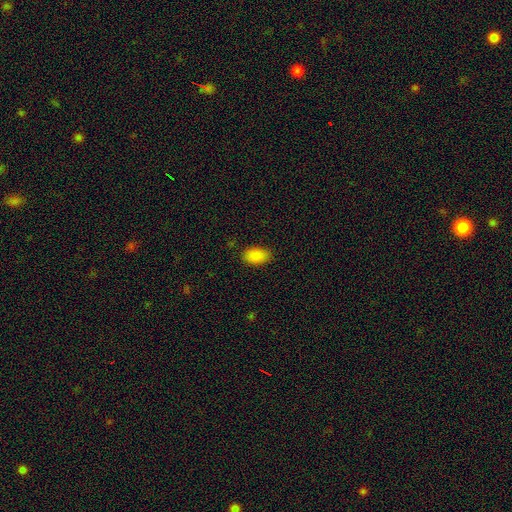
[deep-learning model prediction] Morphology: type=smooth (88%); roundness=in between (92%); merging=none (86%).